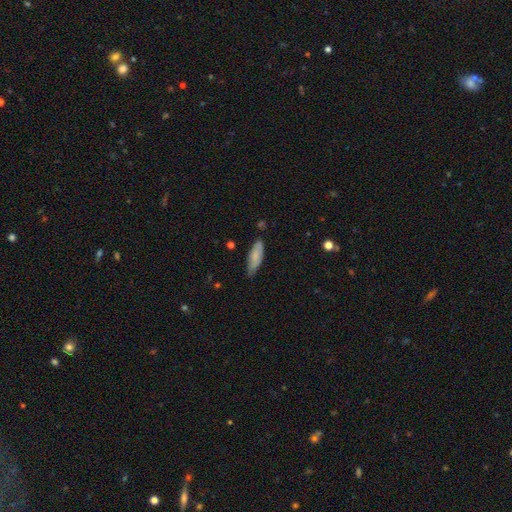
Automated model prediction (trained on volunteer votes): Smooth or featured: smooth — 74% (featured or disk — 19%)
How rounded: in between — 61% (cigar-shaped — 37%)
Merging: none — 68% (minor disturbance — 26%)